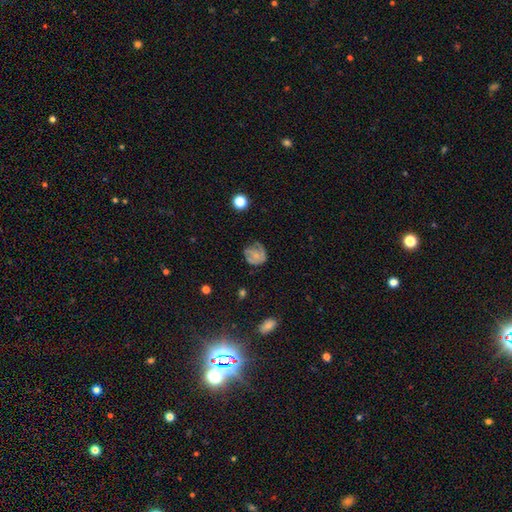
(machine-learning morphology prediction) featured or disk 52%, smooth 37%, star or artifact 11%. Down the decision tree: edge-on disk — no (97%); bar — no (70%); spiral arms — yes (76%); bulge size — small (56%); merging — none (57%).